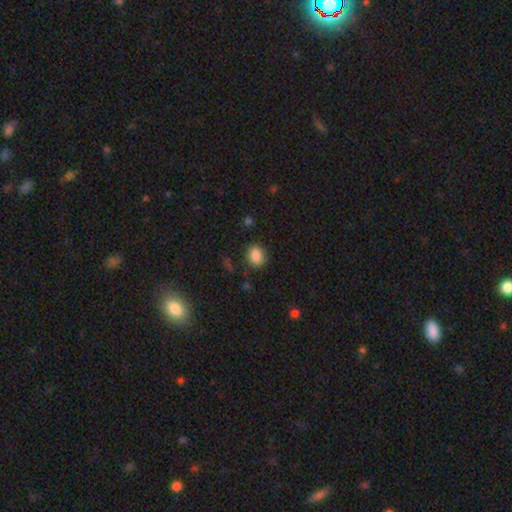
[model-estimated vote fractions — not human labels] smooth_or_featured: smooth (p=0.86) [alt: star or artifact p=0.09]
how_rounded: in between (p=0.50) [alt: round p=0.49]
merging: none (p=0.82) [alt: minor disturbance p=0.13]